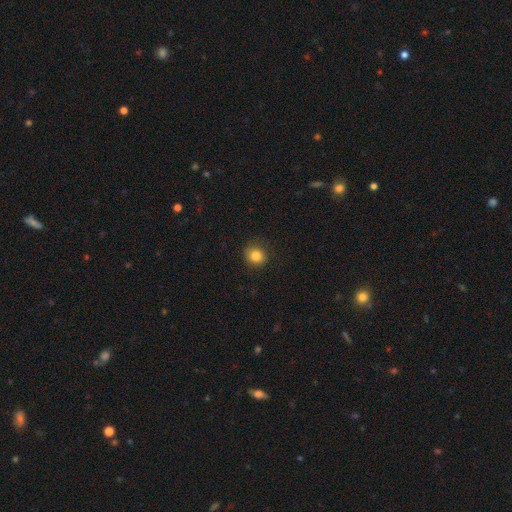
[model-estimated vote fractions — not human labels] A smooth galaxy with no disk features (83%) that is round (84%).

Vote fractions:
- Smooth or featured? smooth: 83% / star or artifact: 11% / featured or disk: 6%
- How rounded? round: 84% / in between: 15% / cigar-shaped: 1%
- Merging? none: 88% / minor disturbance: 9% / major disturbance: 2% / merger: 1%